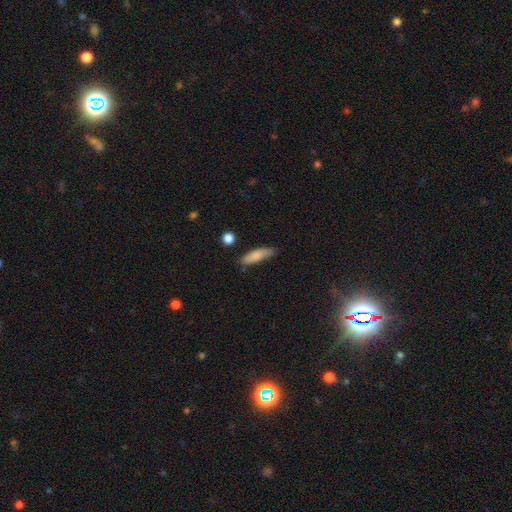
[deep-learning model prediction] Smooth or featured?
  - smooth: 82% *
  - featured or disk: 12%
  - star or artifact: 7%
How rounded?
  - cigar-shaped: 60% *
  - in between: 38%
  - round: 2%
Merging?
  - none: 74% *
  - minor disturbance: 19%
  - major disturbance: 4%
  - merger: 3%